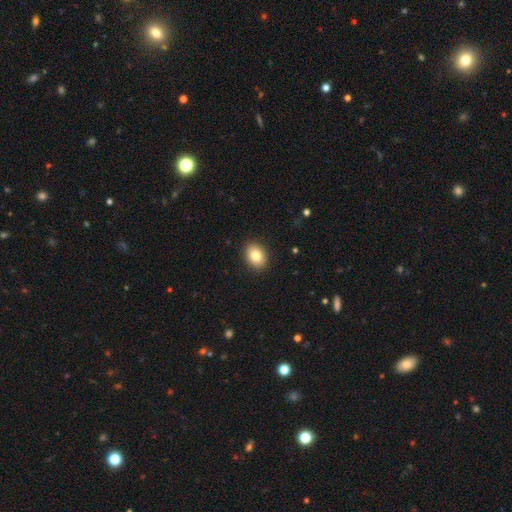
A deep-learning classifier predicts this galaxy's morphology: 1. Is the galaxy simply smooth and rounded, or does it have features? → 83% smooth, 9% star or artifact, 8% featured or disk.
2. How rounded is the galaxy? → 65% in between, 34% round, 1% cigar-shaped.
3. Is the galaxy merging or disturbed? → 91% none, 7% minor disturbance, 2% major disturbance, 1% merger.